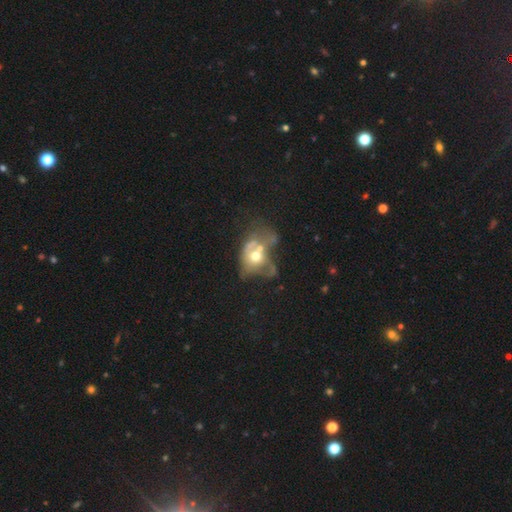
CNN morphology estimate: This appears to be a featured or disk galaxy (50%). Merging: merger (46%).